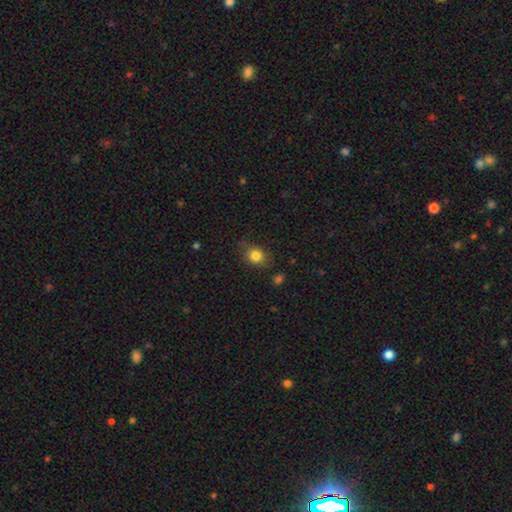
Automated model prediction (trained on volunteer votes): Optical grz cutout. It shows a smooth galaxy with no disk features (82%) that is round (59%). Merging: none (76%).